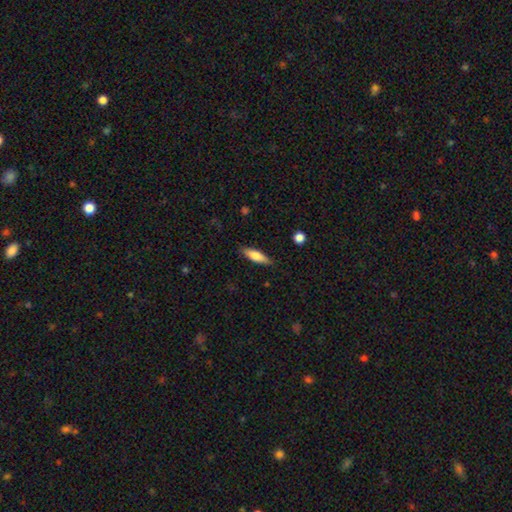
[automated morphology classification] This is likely a smooth galaxy (71%). How rounded: possibly cigar-shaped (58%). Merging: clearly none (86%).